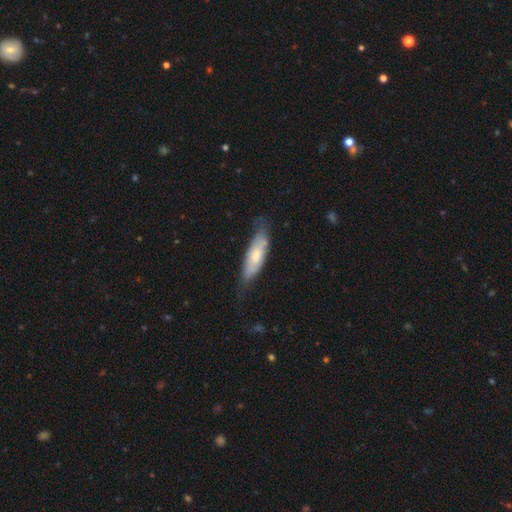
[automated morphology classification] Smooth or featured: smooth — 61% (featured or disk — 33%)
How rounded: in between — 52% (cigar-shaped — 46%)
Merging: none — 55% (minor disturbance — 32%)